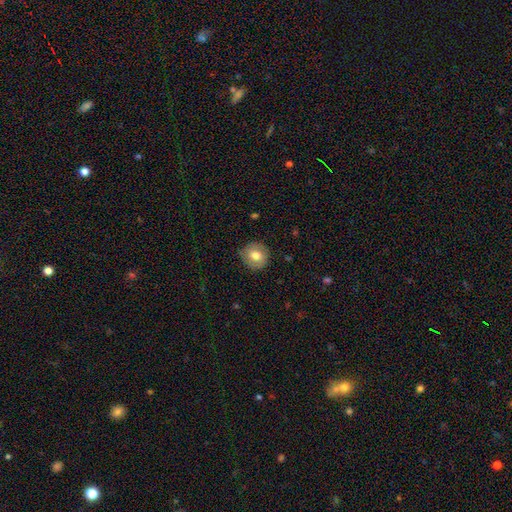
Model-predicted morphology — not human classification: The model was most divided on "smooth or featured": smooth: 74%, featured or disk: 17%, star or artifact: 8%. More confident: how rounded — round (91%); merging — none (86%).